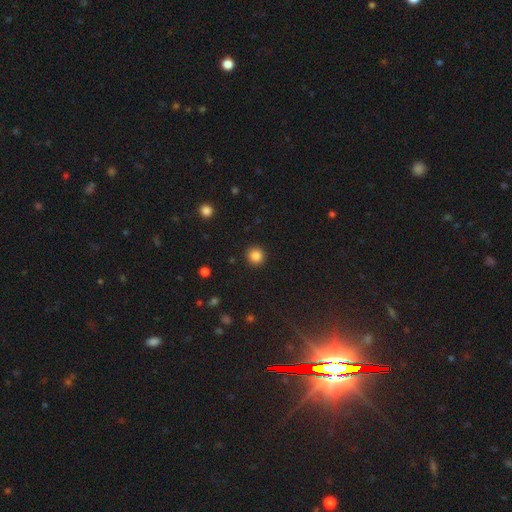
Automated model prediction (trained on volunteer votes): This appears to be a smooth galaxy with no disk features (85%) that is round (94%). Merging: none (92%).